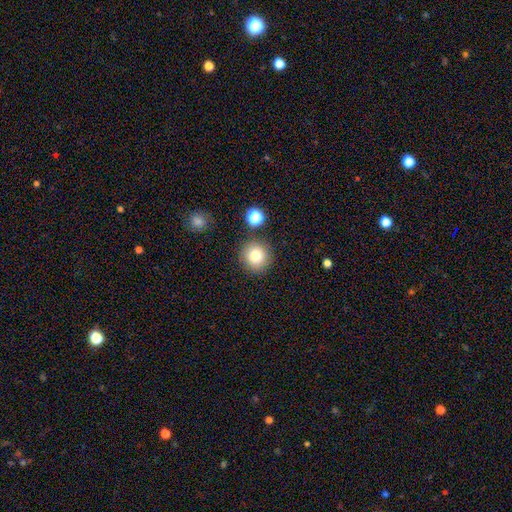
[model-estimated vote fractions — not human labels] This appears to be a smooth galaxy with no disk features (80%) that is round (94%). Merging: none (85%).